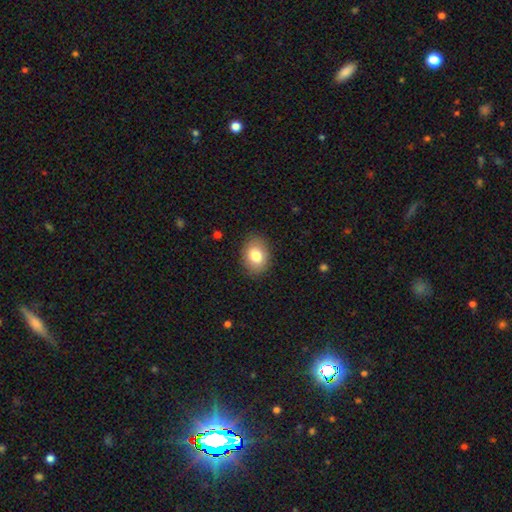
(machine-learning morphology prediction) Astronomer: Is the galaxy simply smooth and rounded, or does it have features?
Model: smooth — 81%.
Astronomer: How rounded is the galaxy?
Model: in between — 65%.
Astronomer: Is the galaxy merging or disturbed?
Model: none — 87%.